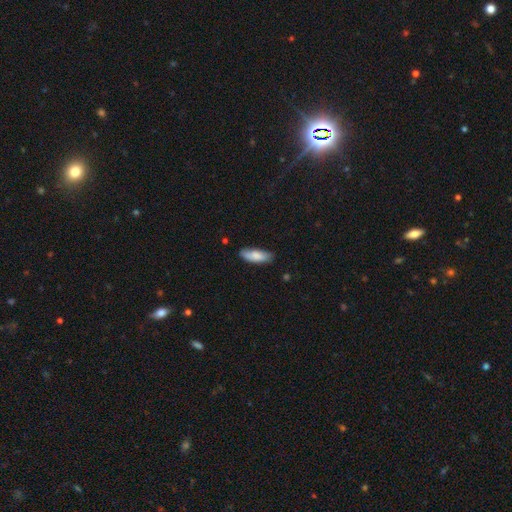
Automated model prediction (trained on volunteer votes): The model was most divided on "how rounded": in between: 65%, cigar-shaped: 34%, round: 2%. More confident: smooth or featured — smooth (81%); merging — none (77%).